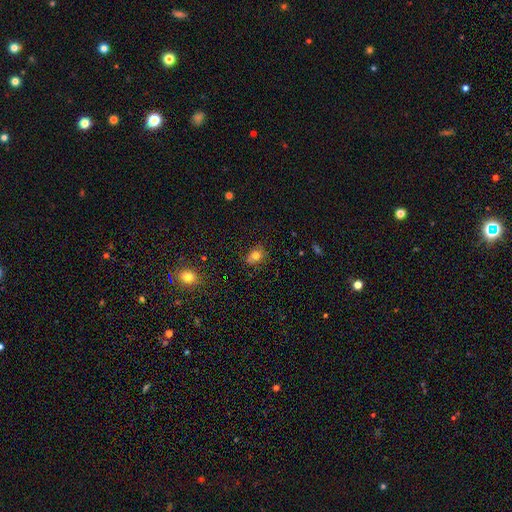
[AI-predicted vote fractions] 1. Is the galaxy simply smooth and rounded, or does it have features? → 75% smooth, 15% star or artifact, 10% featured or disk.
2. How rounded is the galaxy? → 55% round, 43% in between, 1% cigar-shaped.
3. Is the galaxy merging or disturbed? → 71% none, 20% minor disturbance, 5% major disturbance, 4% merger.